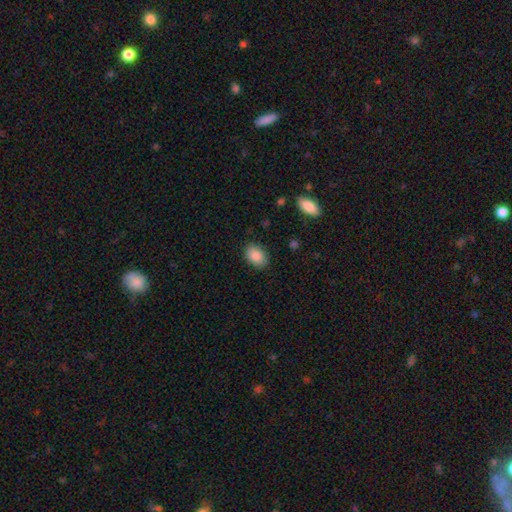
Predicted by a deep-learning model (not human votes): Overall: smooth (88%). How rounded: in between (85%). Merging: none (87%).